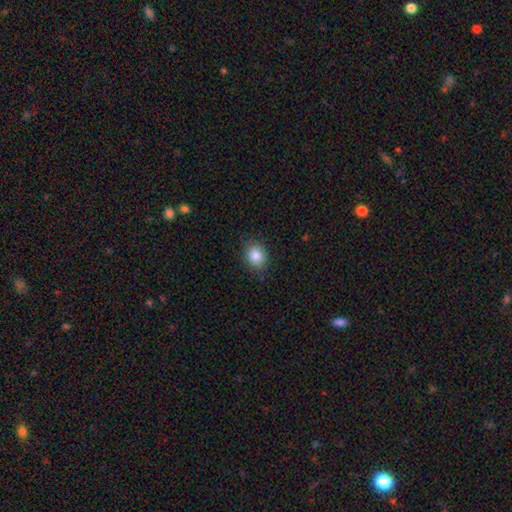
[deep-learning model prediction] smooth_or_featured: smooth (p=0.84) [alt: star or artifact p=0.09]
how_rounded: round (p=0.55) [alt: in between p=0.44]
merging: none (p=0.84) [alt: minor disturbance p=0.12]